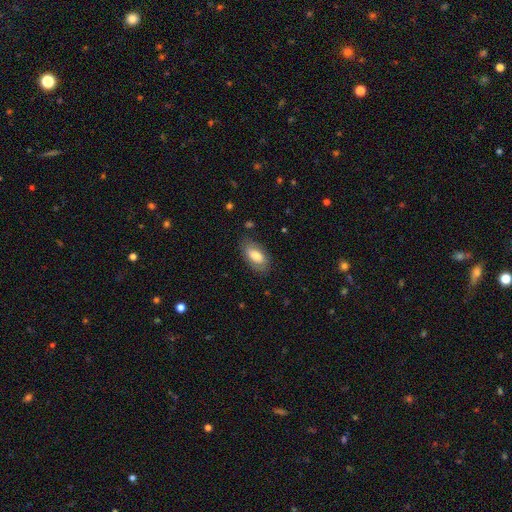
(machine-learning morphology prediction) This appears to be a smooth galaxy with no disk features (73%) that is in between round and cigar-shaped (92%). Merging: none (76%).